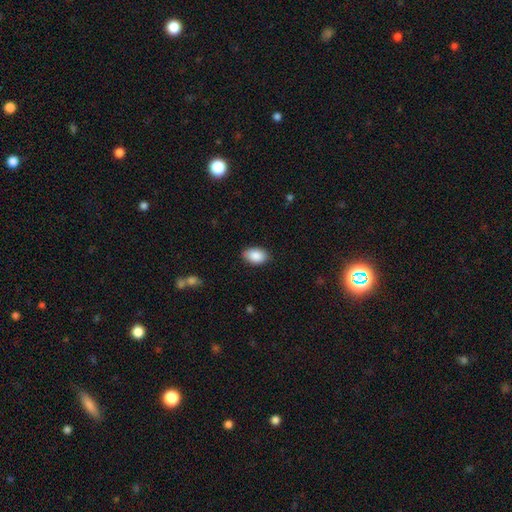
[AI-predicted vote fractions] Smooth or featured? Predicted: smooth (p=0.89). How rounded? Predicted: in between (p=0.90). Merging? Predicted: none (p=0.85).